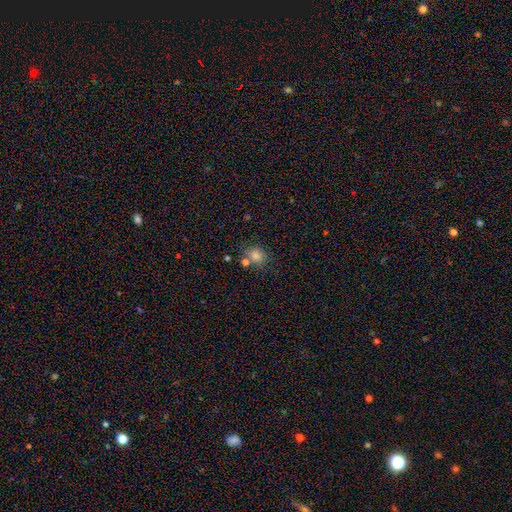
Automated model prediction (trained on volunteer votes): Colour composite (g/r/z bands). It shows a smooth galaxy with no disk features (75%) that is round (54%). Merging: none (65%).